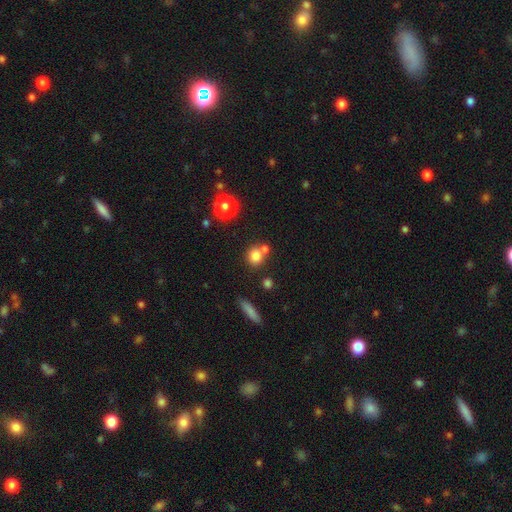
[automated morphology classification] The model was most divided on "merging": none: 56%, merger: 32%, minor disturbance: 9%, major disturbance: 3%. More confident: how rounded — round (81%); smooth or featured — smooth (78%).